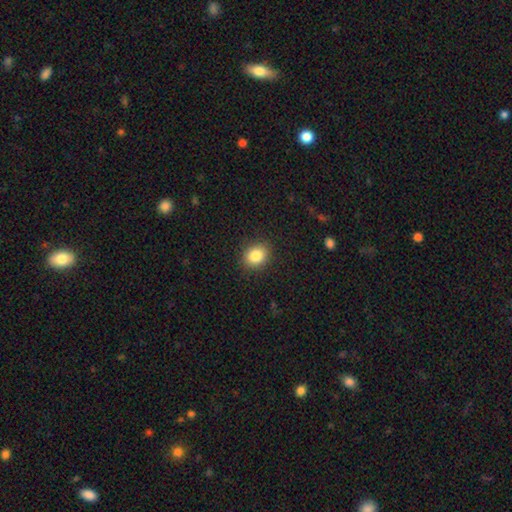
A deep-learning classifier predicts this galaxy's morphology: type=smooth (84%); roundness=round (55%); merging=none (89%).